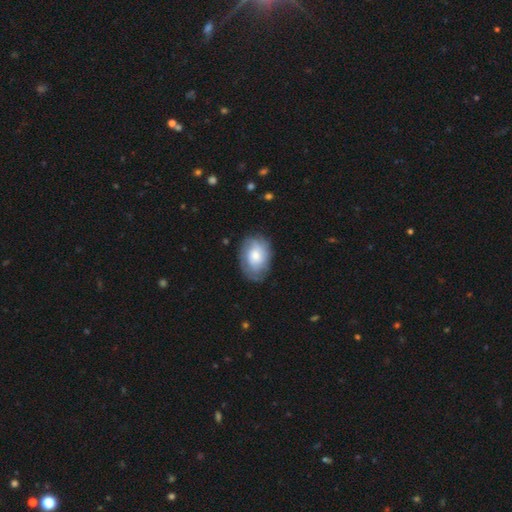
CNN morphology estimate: A smooth galaxy with no disk features (55%) that is in between round and cigar-shaped (78%).

Vote fractions:
- Smooth or featured? smooth: 55% / featured or disk: 38% / star or artifact: 7%
- How rounded? in between: 78% / round: 21% / cigar-shaped: 1%
- Merging? none: 71% / minor disturbance: 21% / major disturbance: 7% / merger: 1%